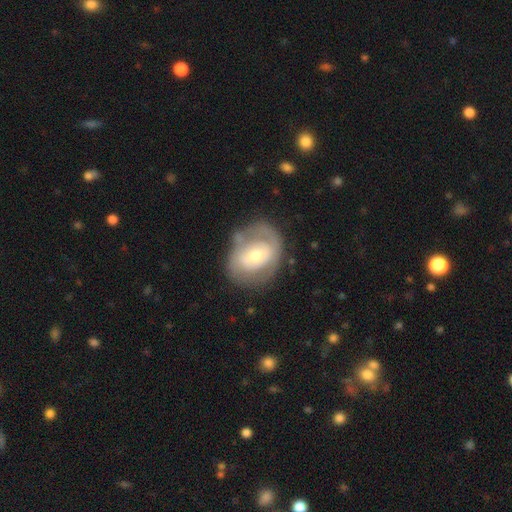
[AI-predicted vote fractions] Smooth or featured? featured or disk (61%)
Edge-on disk? no (96%)
Bar? no (61%)
Spiral arms? yes (51%)
Bulge size? moderate (60%)
Merging? none (63%)